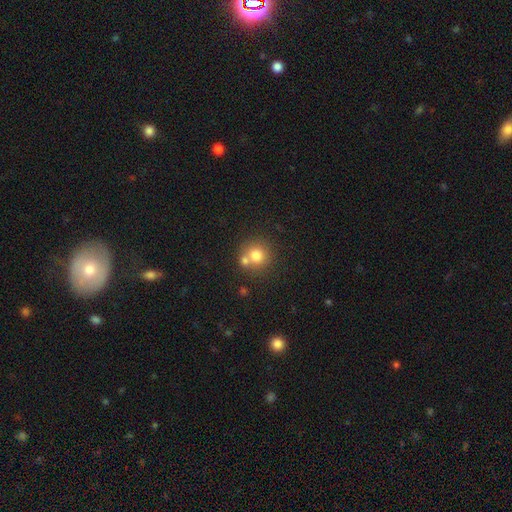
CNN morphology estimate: A smooth galaxy with no disk features (76%) that is round (90%).

Vote fractions:
- Smooth or featured? smooth: 76% / featured or disk: 12% / star or artifact: 12%
- How rounded? round: 90% / in between: 9% / cigar-shaped: 1%
- Merging? none: 58% / merger: 30% / minor disturbance: 9% / major disturbance: 3%